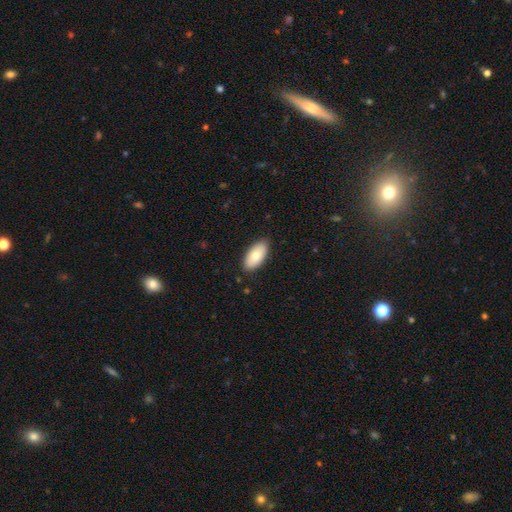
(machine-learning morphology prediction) smooth_or_featured: smooth (p=0.81) [alt: featured or disk p=0.13]
how_rounded: in between (p=0.93) [alt: cigar-shaped p=0.05]
merging: none (p=0.88) [alt: minor disturbance p=0.10]